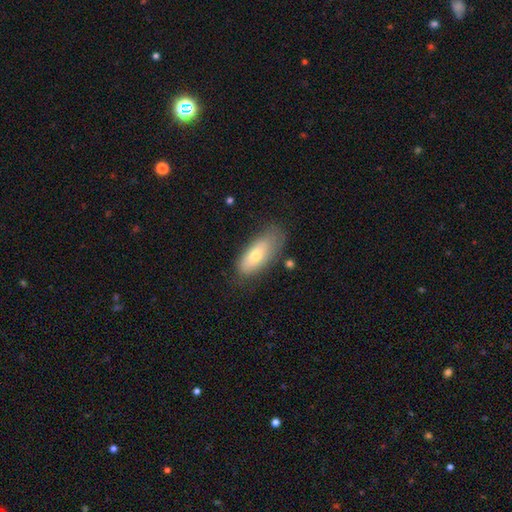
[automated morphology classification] Q: Smooth or featured?
A: smooth (70%); runner-up: featured or disk (23%)
Q: How rounded?
A: in between (80%); runner-up: cigar-shaped (17%)
Q: Merging?
A: none (63%); runner-up: minor disturbance (26%)